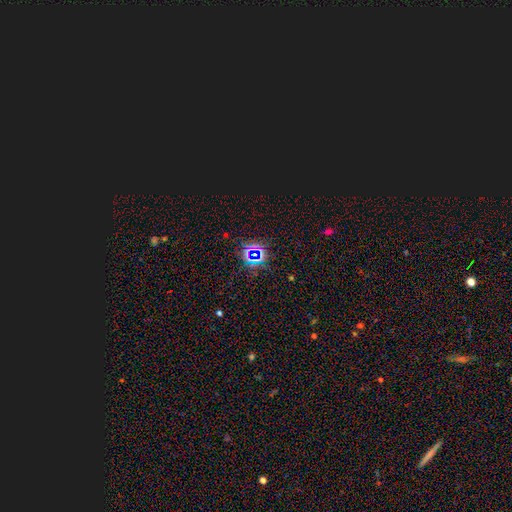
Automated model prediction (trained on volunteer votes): smooth_or_featured: star or artifact (p=0.77) [alt: smooth p=0.15]